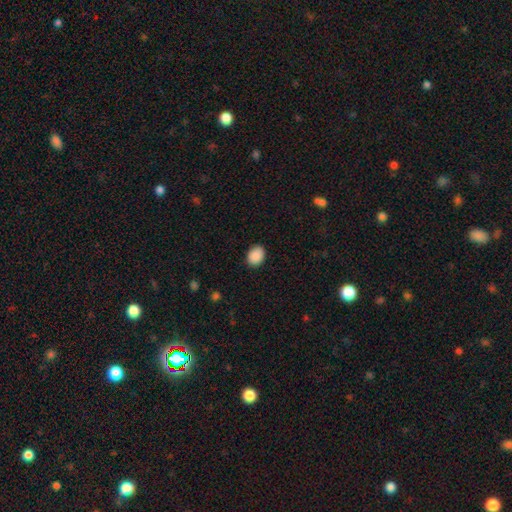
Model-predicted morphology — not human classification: Smooth or featured? Predicted: smooth (p=0.90). How rounded? Predicted: in between (p=0.61). Merging? Predicted: none (p=0.87).